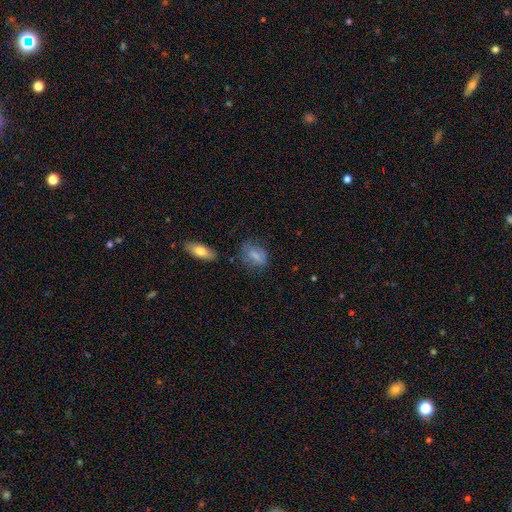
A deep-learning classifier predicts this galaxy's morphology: This is likely a smooth galaxy (72%). How rounded: likely in between (76%). Merging: likely none (63%).